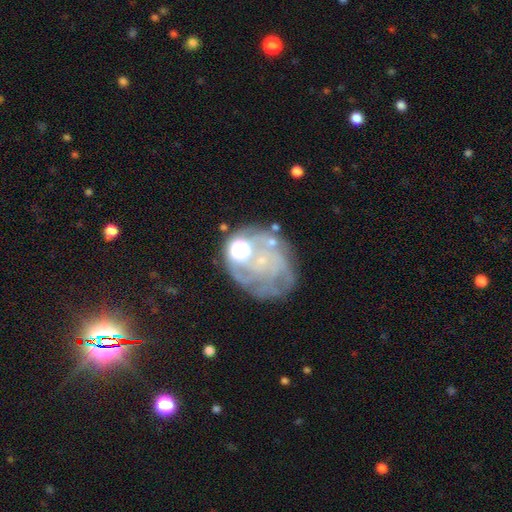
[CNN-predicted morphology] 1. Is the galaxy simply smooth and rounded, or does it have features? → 56% featured or disk, 24% star or artifact, 20% smooth.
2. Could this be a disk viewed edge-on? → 97% no, 3% yes.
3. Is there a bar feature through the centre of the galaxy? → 83% no, 12% weak, 4% strong.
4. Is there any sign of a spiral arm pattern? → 51% no, 49% yes.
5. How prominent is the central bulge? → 37% small, 29% none, 26% moderate, 5% large, 2% dominant.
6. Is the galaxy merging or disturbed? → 57% none, 19% minor disturbance, 18% major disturbance, 7% merger.